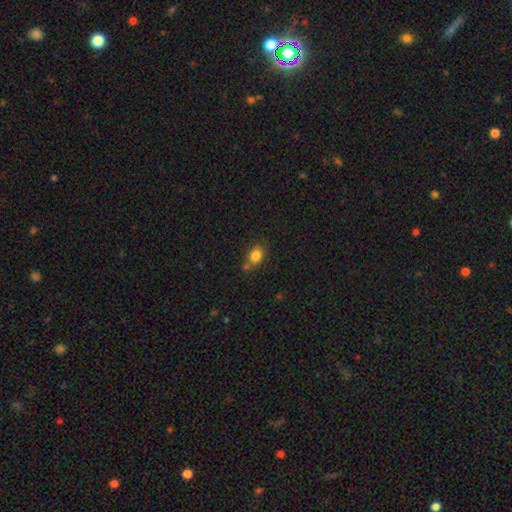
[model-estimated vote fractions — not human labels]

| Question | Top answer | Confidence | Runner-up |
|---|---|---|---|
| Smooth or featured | smooth | 82% | star or artifact (11%) |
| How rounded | in between | 60% | round (39%) |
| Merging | none | 60% | minor disturbance (18%) |